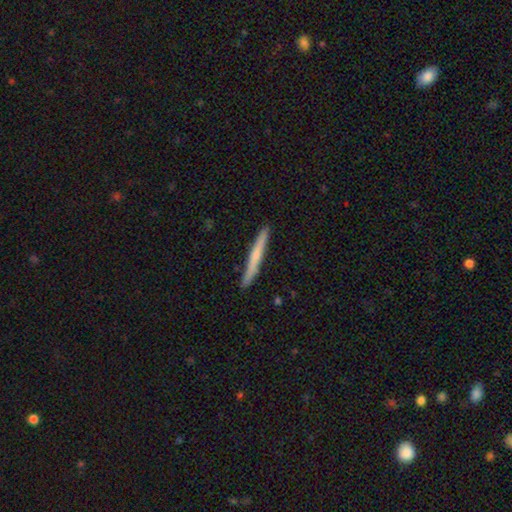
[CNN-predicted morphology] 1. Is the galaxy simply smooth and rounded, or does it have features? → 54% smooth, 41% featured or disk, 5% star or artifact.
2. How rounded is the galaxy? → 97% cigar-shaped, 2% in between, 1% round.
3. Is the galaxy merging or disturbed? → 91% none, 7% minor disturbance, 1% major disturbance, 1% merger.